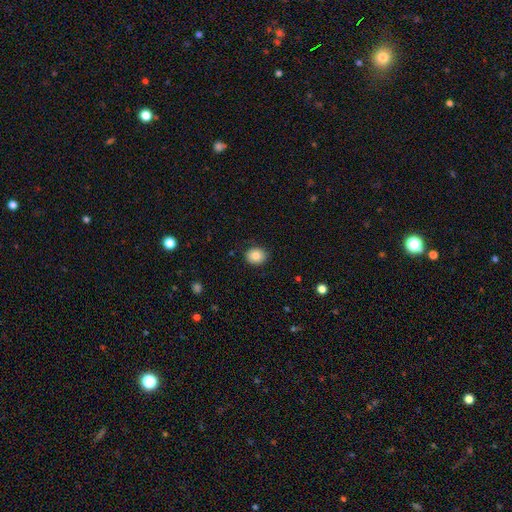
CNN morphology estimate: smooth-or-featured: smooth: 83% | star or artifact: 9% | featured or disk: 8%
  how-rounded: round: 68% | in between: 31% | cigar-shaped: 1%
  merging: none: 87% | minor disturbance: 10% | major disturbance: 2% | merger: 1%